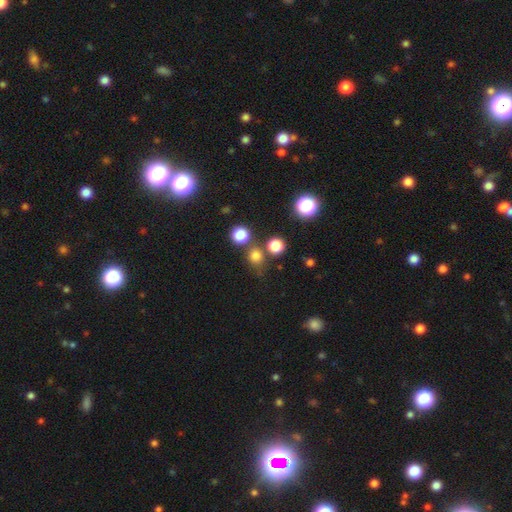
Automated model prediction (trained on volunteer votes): Smooth or featured? smooth (75%)
How rounded? round (84%)
Merging? none (69%)